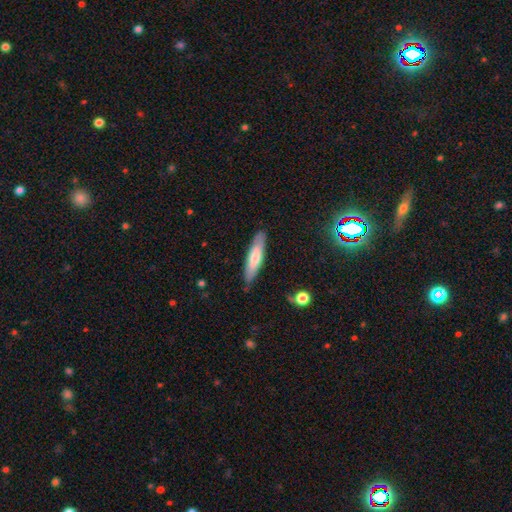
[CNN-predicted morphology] Smooth or featured? Predicted: smooth (p=0.60). How rounded? Predicted: cigar-shaped (p=0.80). Merging? Predicted: none (p=0.86).